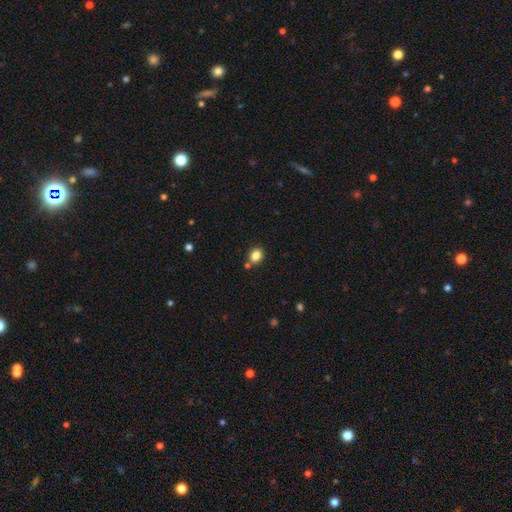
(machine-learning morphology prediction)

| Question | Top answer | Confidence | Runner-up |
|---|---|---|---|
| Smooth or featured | smooth | 83% | star or artifact (11%) |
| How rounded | in between | 56% | round (43%) |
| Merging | none | 77% | minor disturbance (11%) |